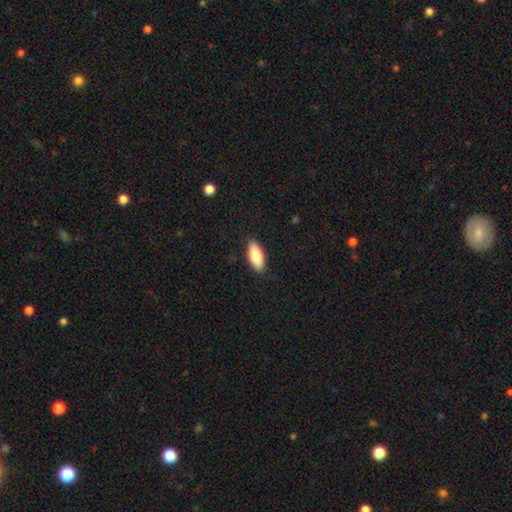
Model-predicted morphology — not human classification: This appears to be a smooth galaxy with no disk features (81%) that is in between round and cigar-shaped (82%). Merging: none (88%).